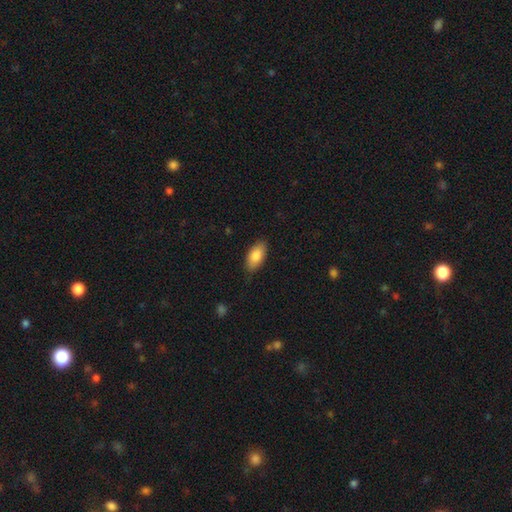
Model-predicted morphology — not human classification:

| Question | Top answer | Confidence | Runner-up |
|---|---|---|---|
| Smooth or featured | smooth | 83% | featured or disk (11%) |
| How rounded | in between | 92% | cigar-shaped (5%) |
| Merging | none | 83% | minor disturbance (13%) |